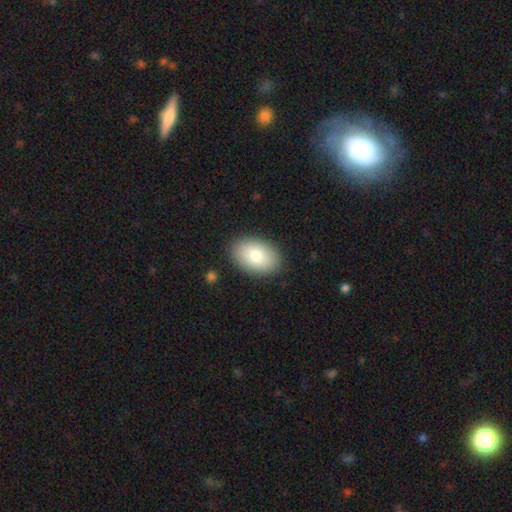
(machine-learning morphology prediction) Smooth or featured?
  - smooth: 80% *
  - featured or disk: 13%
  - star or artifact: 7%
How rounded?
  - in between: 89% *
  - round: 10%
  - cigar-shaped: 1%
Merging?
  - none: 88% *
  - minor disturbance: 9%
  - major disturbance: 2%
  - merger: 1%